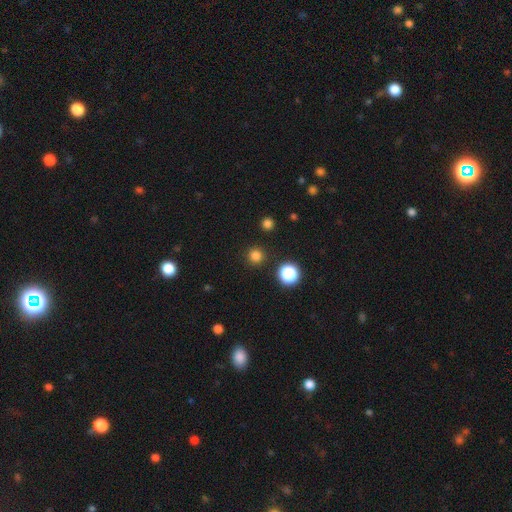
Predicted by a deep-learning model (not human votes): smooth 79%, star or artifact 18%, featured or disk 4%. Down the decision tree: how rounded — round (96%); merging — none (91%).